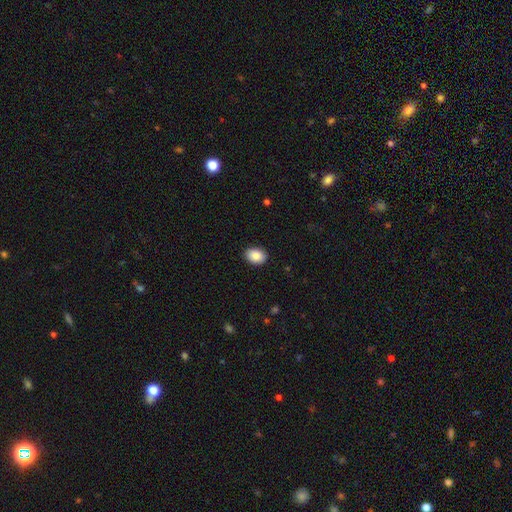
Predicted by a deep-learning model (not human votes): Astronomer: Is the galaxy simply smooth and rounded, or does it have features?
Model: smooth — 87%.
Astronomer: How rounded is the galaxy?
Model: in between — 75%.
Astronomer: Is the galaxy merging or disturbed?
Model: none — 90%.